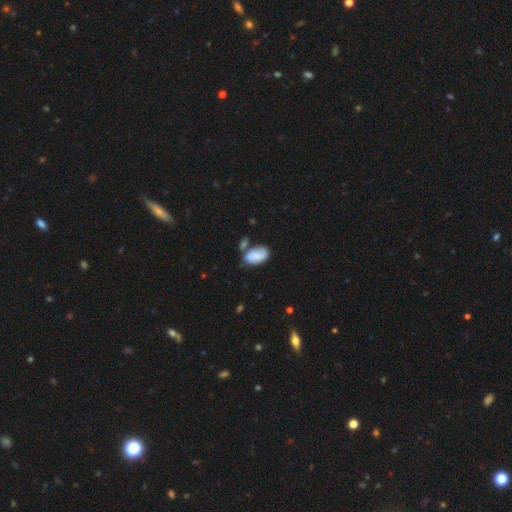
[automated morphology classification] A smooth galaxy with no disk features (70%) that is in between round and cigar-shaped (91%).

Vote fractions:
- Smooth or featured? smooth: 70% / featured or disk: 22% / star or artifact: 8%
- How rounded? in between: 91% / round: 7% / cigar-shaped: 2%
- Merging? none: 38% / merger: 28% / minor disturbance: 23% / major disturbance: 11%